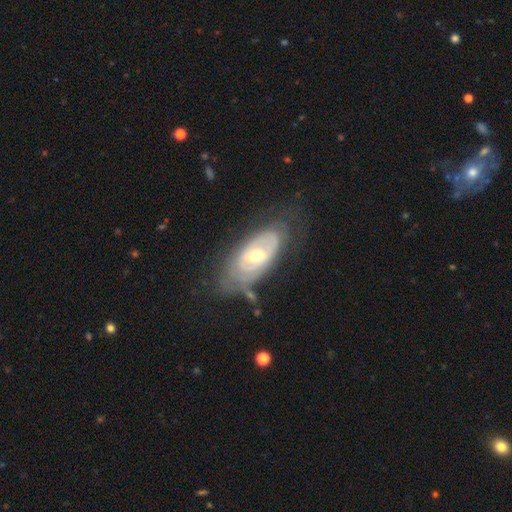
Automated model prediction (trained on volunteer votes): Smooth or featured? Predicted: featured or disk (p=0.77). Edge-on disk? Predicted: no (p=0.91). Bar? Predicted: no (p=0.44). Spiral arms? Predicted: yes (p=0.70). Bulge size? Predicted: moderate (p=0.59). Merging? Predicted: none (p=0.61).